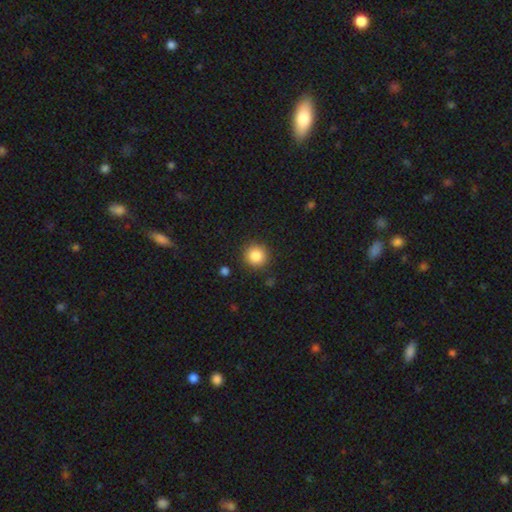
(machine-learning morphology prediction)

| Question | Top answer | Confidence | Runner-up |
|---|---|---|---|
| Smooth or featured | smooth | 85% | star or artifact (10%) |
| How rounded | round | 94% | in between (5%) |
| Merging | none | 89% | minor disturbance (7%) |